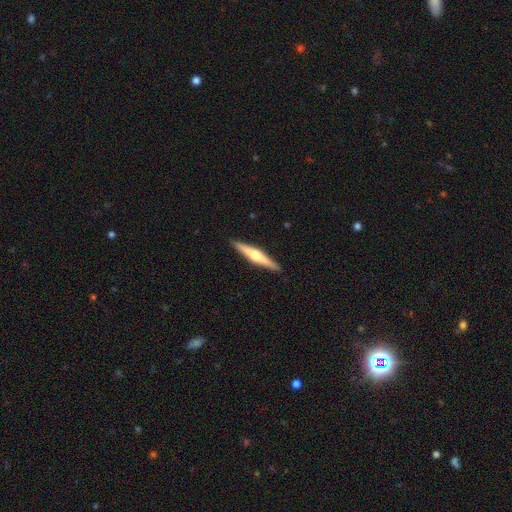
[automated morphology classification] Smooth or featured?
  - featured or disk: 64% *
  - smooth: 31%
  - star or artifact: 5%
Edge-on disk?
  - yes: 97% *
  - no: 3%
Edge-on bulge?
  - rounded: 91% *
  - none: 5%
  - boxy: 4%
Merging?
  - none: 91% *
  - minor disturbance: 6%
  - major disturbance: 1%
  - merger: 1%